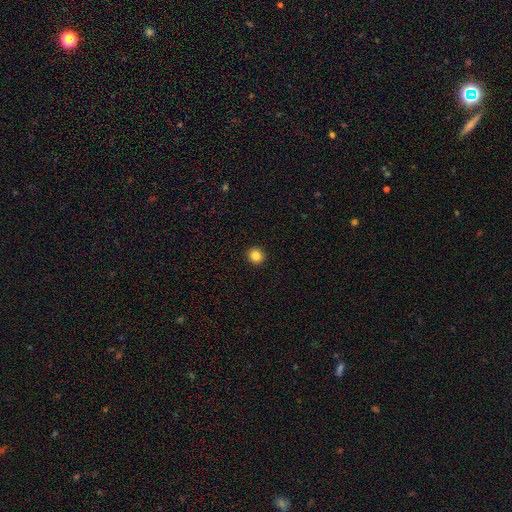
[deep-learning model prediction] Overall: smooth (85%). How rounded: round (92%). Merging: none (93%).